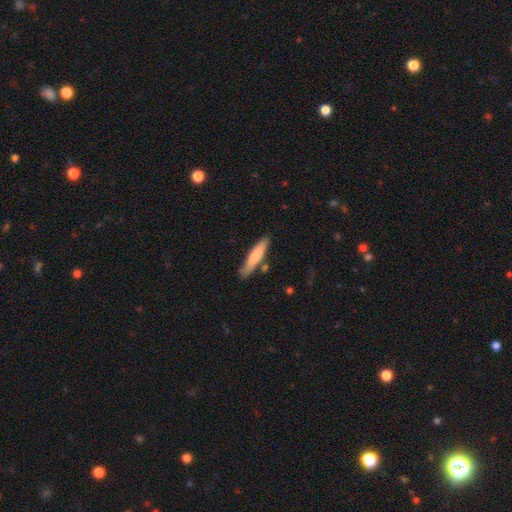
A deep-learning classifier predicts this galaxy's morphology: Smooth or featured? smooth (73%)
How rounded? cigar-shaped (84%)
Merging? none (77%)